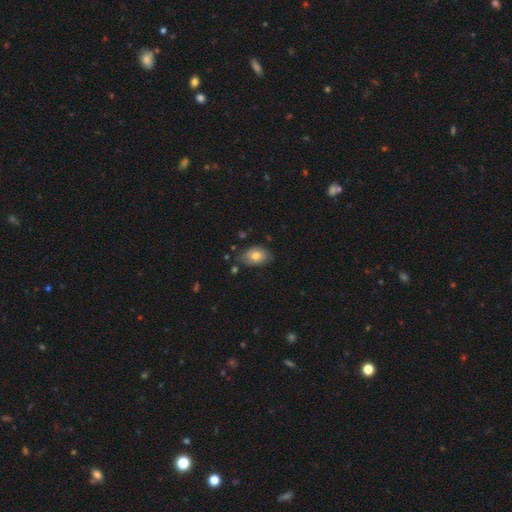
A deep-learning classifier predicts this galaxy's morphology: The model was most divided on "merging": none: 67%, minor disturbance: 25%, major disturbance: 5%, merger: 3%. More confident: how rounded — in between (86%); smooth or featured — smooth (70%).